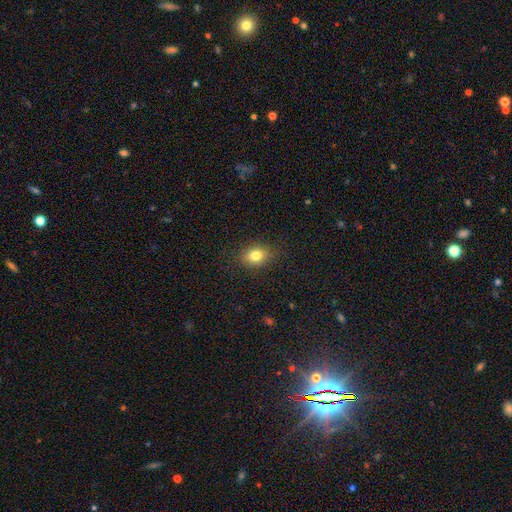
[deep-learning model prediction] Smooth or featured: smooth — 80% (star or artifact — 11%)
How rounded: in between — 62% (round — 37%)
Merging: none — 87% (minor disturbance — 10%)